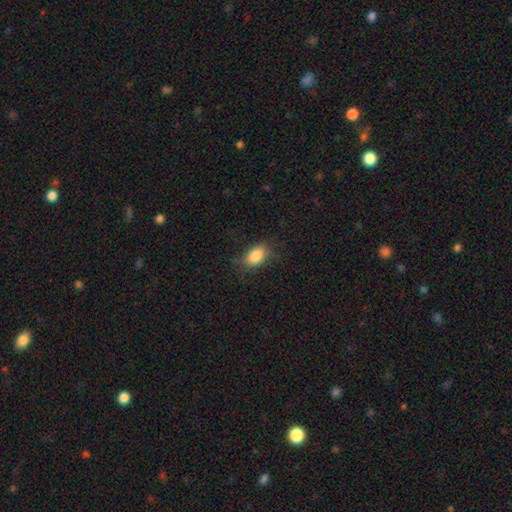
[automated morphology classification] Overall: smooth (85%). How rounded: in between (86%). Merging: none (76%).